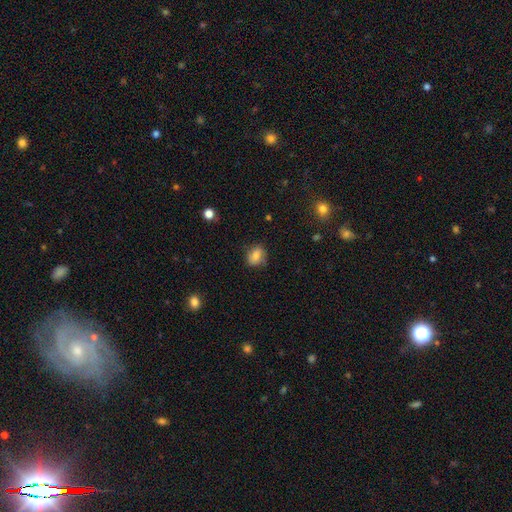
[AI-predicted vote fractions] The model was most divided on "how rounded": round: 56%, in between: 43%, cigar-shaped: 1%. More confident: merging — none (76%); smooth or featured — smooth (71%).